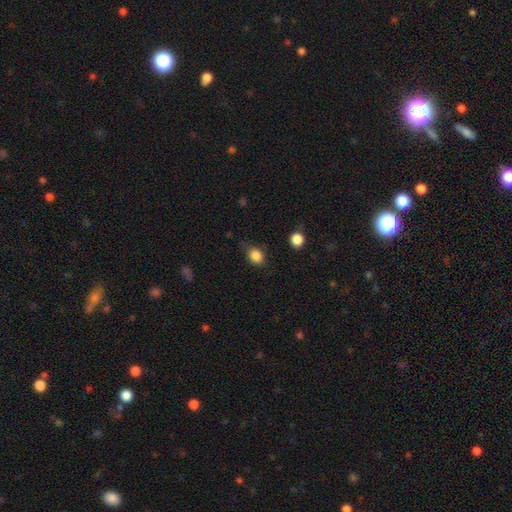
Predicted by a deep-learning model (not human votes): Smooth or featured? Predicted: smooth (p=0.86). How rounded? Predicted: round (p=0.55). Merging? Predicted: none (p=0.71).